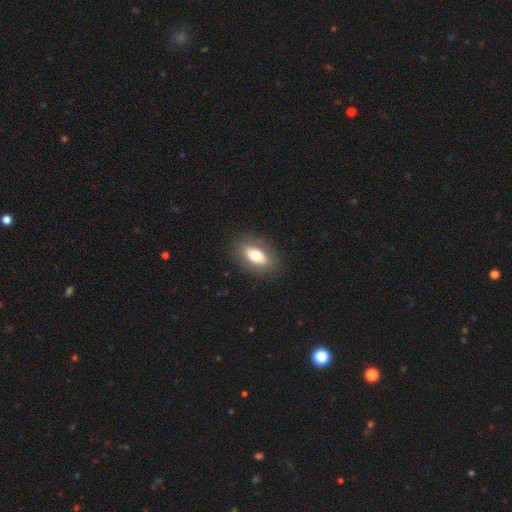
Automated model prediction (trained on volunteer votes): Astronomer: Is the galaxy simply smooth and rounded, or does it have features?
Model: smooth — 73%.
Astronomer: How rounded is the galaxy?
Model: in between — 86%.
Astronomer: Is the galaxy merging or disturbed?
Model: none — 86%.